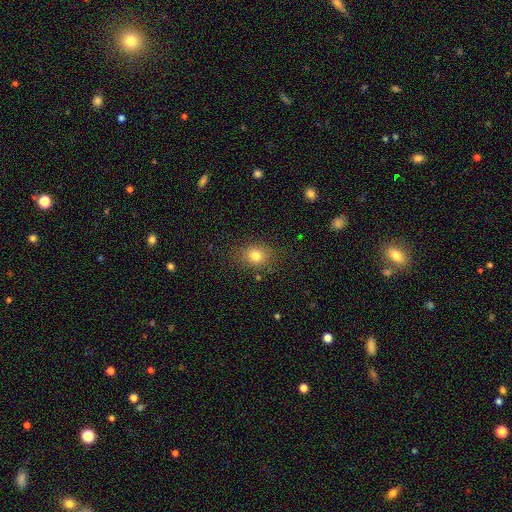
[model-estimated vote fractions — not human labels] Smooth or featured? Predicted: smooth (p=0.78). How rounded? Predicted: round (p=0.53). Merging? Predicted: none (p=0.82).